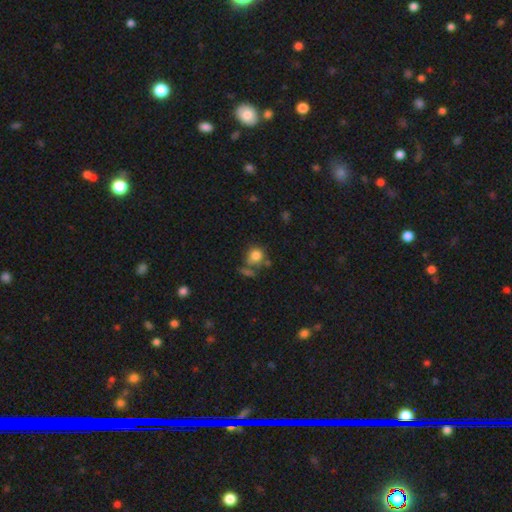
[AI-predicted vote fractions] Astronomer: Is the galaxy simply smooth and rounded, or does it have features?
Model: smooth — 80%.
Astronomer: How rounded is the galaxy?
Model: round — 82%.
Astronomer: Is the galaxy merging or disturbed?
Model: none — 58%.